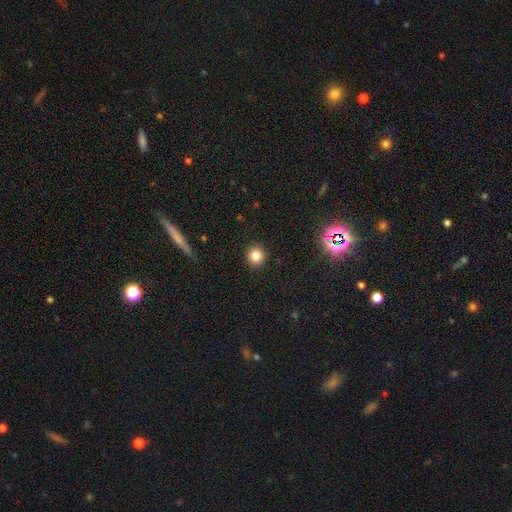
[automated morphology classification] A smooth galaxy with no disk features (82%) that is round (94%). Merging: none (92%).